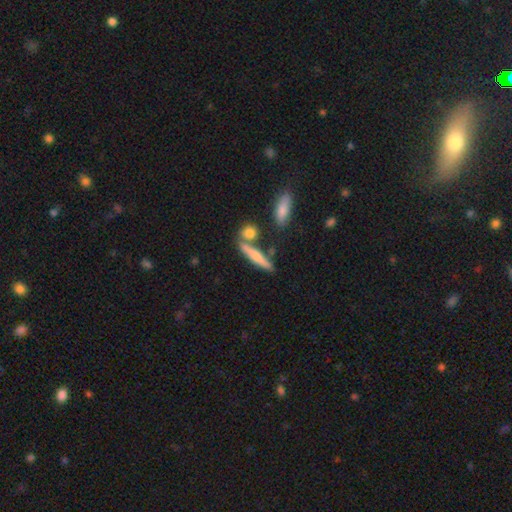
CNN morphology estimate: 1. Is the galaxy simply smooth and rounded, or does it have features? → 62% smooth, 31% featured or disk, 7% star or artifact.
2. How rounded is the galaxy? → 82% cigar-shaped, 14% in between, 4% round.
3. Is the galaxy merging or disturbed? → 69% none, 16% merger, 11% minor disturbance, 4% major disturbance.